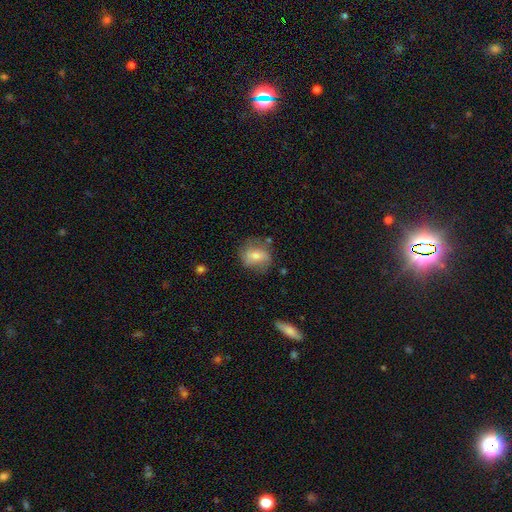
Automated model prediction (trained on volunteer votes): Smooth or featured? Predicted: smooth (p=0.57). How rounded? Predicted: round (p=0.61). Merging? Predicted: none (p=0.67).